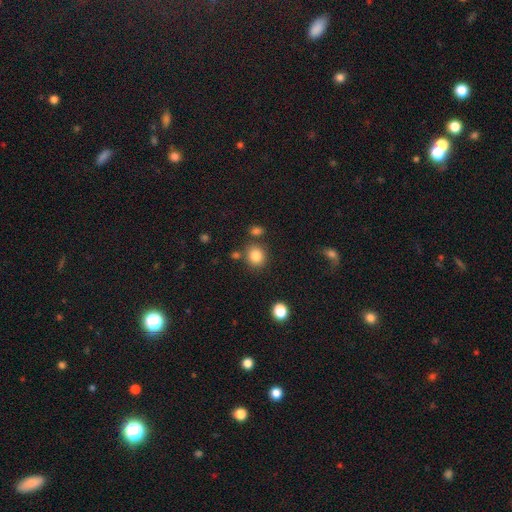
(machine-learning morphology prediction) The model was most divided on "how rounded": round: 81%, in between: 18%, cigar-shaped: 1%. More confident: smooth or featured — smooth (84%); merging — none (78%).